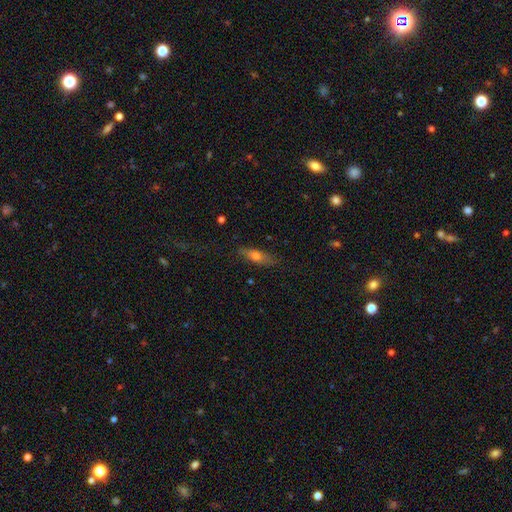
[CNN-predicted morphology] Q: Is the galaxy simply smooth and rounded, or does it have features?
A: smooth — 64%.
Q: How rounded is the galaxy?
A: cigar-shaped — 50%.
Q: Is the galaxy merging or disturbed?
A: none — 80%.